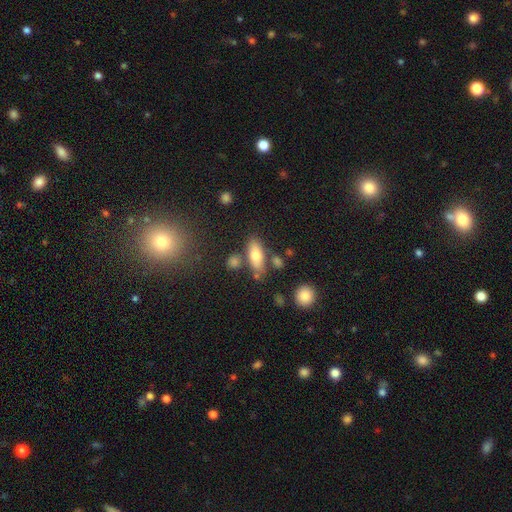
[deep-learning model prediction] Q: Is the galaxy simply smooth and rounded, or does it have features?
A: smooth — 71%.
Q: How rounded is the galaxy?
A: in between — 76%.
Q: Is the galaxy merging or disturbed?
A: none — 71%.